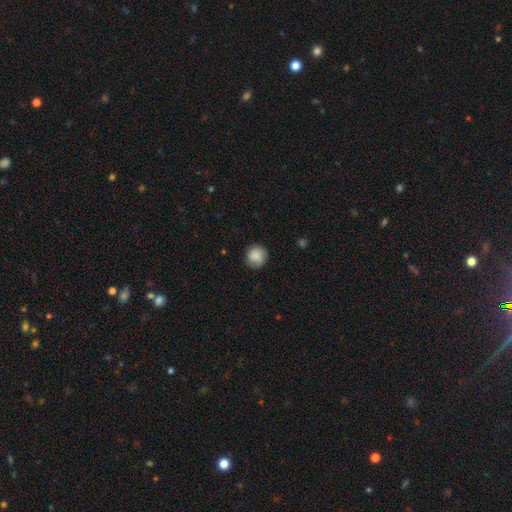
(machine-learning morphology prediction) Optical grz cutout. It shows a smooth galaxy with no disk features (81%) that is round (89%). Merging: none (81%).